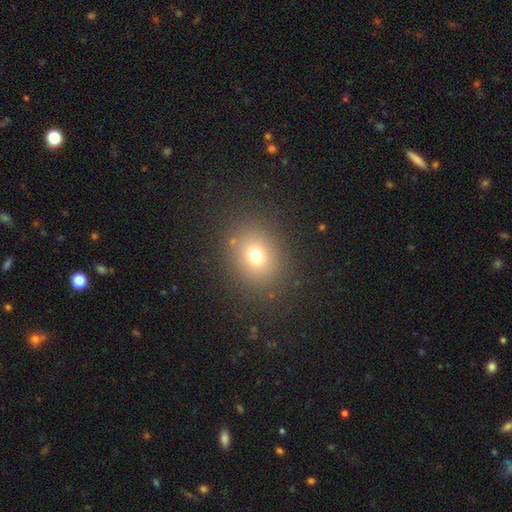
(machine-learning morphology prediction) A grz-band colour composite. It shows a smooth galaxy with no disk features (72%) that is round (65%). Merging: none (85%).